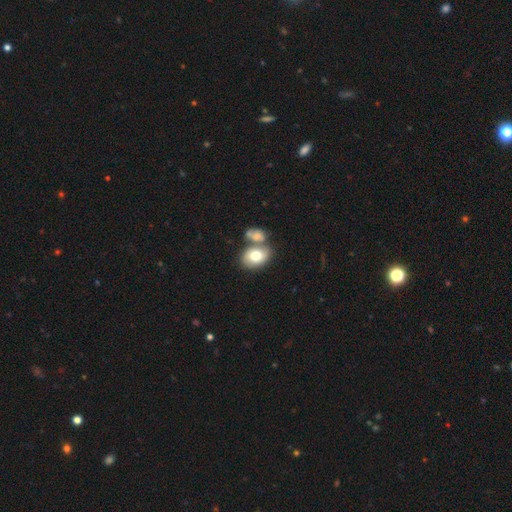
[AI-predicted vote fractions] smooth_or_featured: smooth (p=0.74) [alt: featured or disk p=0.19]
how_rounded: in between (p=0.73) [alt: round p=0.26]
merging: none (p=0.44) [alt: merger p=0.40]